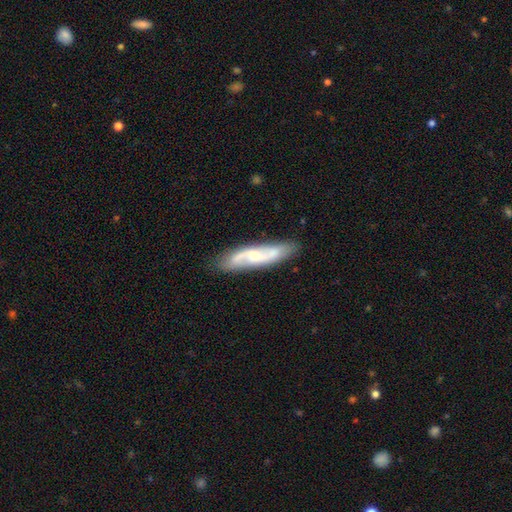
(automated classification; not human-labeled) Smooth or featured: featured or disk — 70% (smooth — 25%)
Edge-on disk: no — 81% (yes — 19%)
Bar: weak — 43% (tied with no — 43%)
Spiral arms: yes — 92% (no — 8%)
Spiral winding: loose — 50% (medium — 37%)
Spiral arm count: 2 — 86% (can't tell — 8%)
Bulge size: small — 47% (moderate — 38%)
Merging: none — 80% (minor disturbance — 14%)